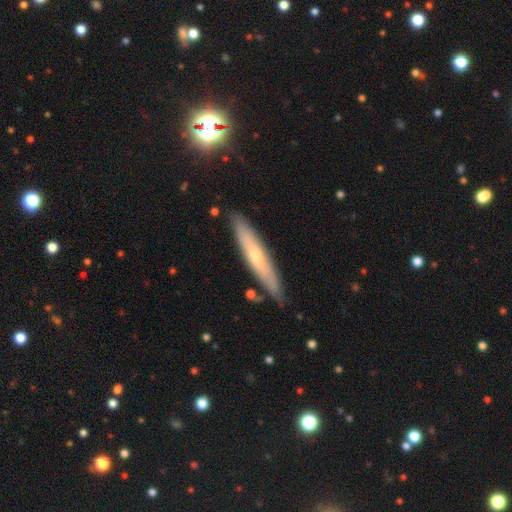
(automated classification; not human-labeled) A featured or disk galaxy (48%). Merging: none (83%).